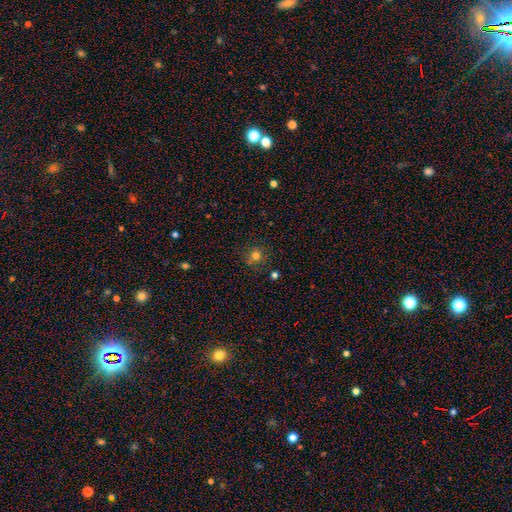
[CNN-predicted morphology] A smooth galaxy with no disk features (76%) that is round (91%).

Vote fractions:
- Smooth or featured? smooth: 76% / star or artifact: 17% / featured or disk: 7%
- How rounded? round: 91% / in between: 8% / cigar-shaped: 1%
- Merging? none: 81% / minor disturbance: 11% / merger: 5% / major disturbance: 3%